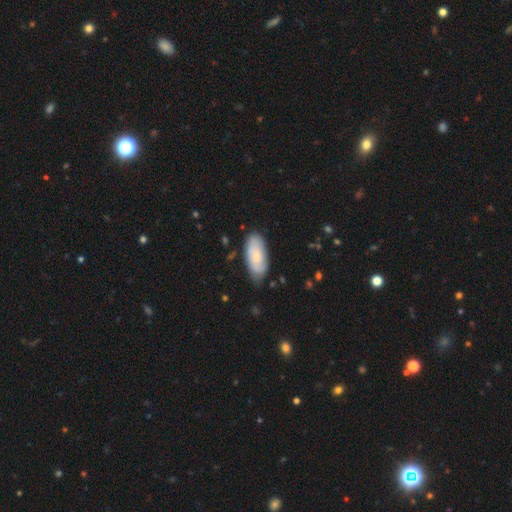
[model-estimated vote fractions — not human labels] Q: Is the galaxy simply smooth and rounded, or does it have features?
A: smooth — 69%.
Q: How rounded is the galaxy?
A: in between — 87%.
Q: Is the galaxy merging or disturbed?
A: none — 73%.